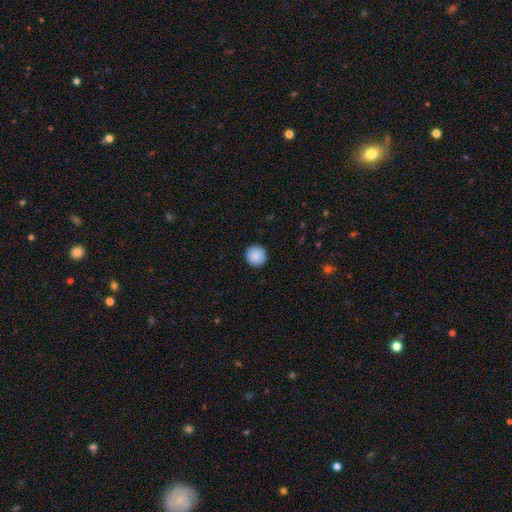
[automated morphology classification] This is clearly a smooth galaxy (89%). How rounded: clearly round (96%). Merging: clearly none (93%).